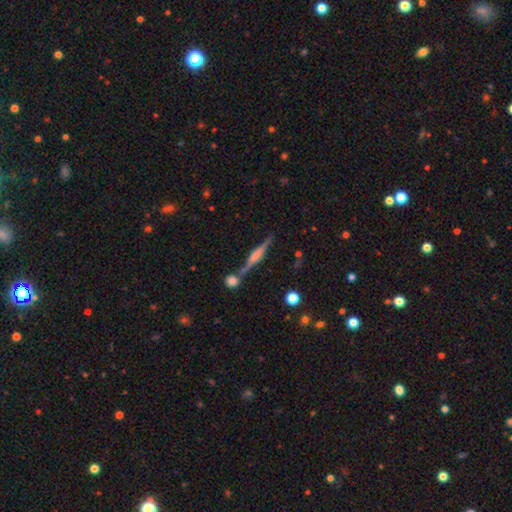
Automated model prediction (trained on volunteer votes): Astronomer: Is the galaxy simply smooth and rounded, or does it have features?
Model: featured or disk — 76%.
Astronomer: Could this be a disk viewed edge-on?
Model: yes — 97%.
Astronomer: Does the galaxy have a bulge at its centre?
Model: rounded — 66%.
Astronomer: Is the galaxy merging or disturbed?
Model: none — 75%.